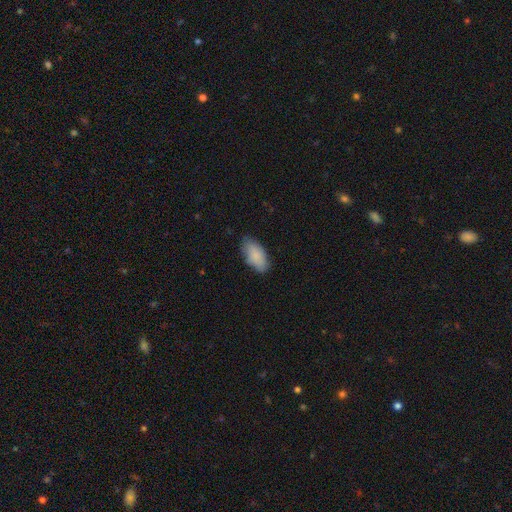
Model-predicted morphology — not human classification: Smooth or featured: smooth — 87% (featured or disk — 7%)
How rounded: in between — 92% (cigar-shaped — 6%)
Merging: none — 74% (minor disturbance — 20%)